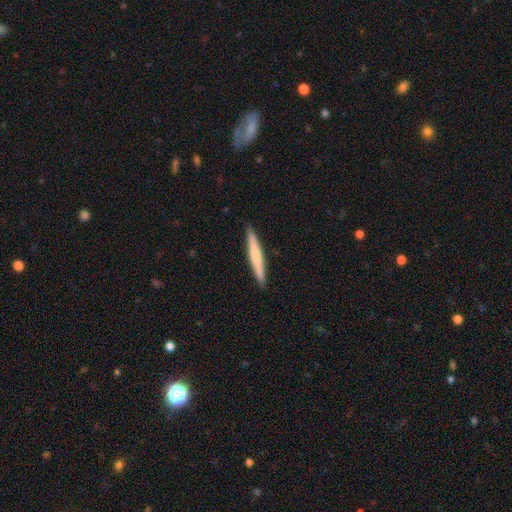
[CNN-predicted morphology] Overall: smooth (64%; featured or disk 31%). How rounded: cigar-shaped (96%). Merging: none (92%).